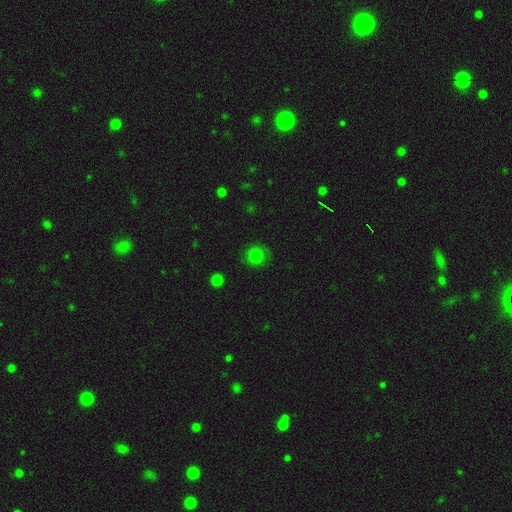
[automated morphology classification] A smooth galaxy with no disk features (81%) that is round (92%).

Vote fractions:
- Smooth or featured? smooth: 81% / star or artifact: 14% / featured or disk: 4%
- How rounded? round: 92% / in between: 7% / cigar-shaped: 1%
- Merging? none: 85% / minor disturbance: 11% / major disturbance: 3% / merger: 1%